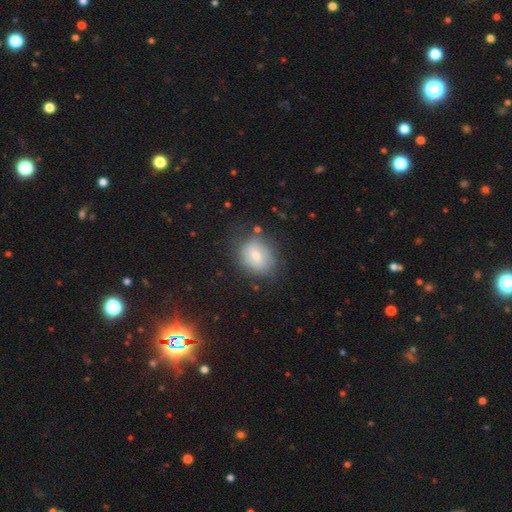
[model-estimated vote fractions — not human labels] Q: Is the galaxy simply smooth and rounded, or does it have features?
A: smooth — 73%.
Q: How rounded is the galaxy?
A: in between — 52%.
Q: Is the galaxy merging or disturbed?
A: none — 67%.